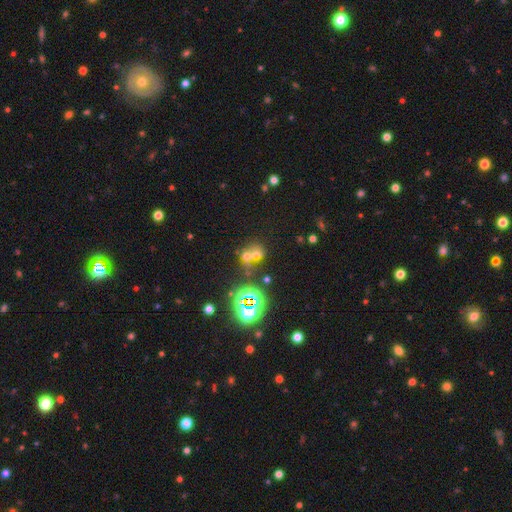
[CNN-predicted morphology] Q: Smooth or featured?
A: smooth (46%); runner-up: star or artifact (36%)
Q: Merging?
A: merger (48%); runner-up: none (38%)